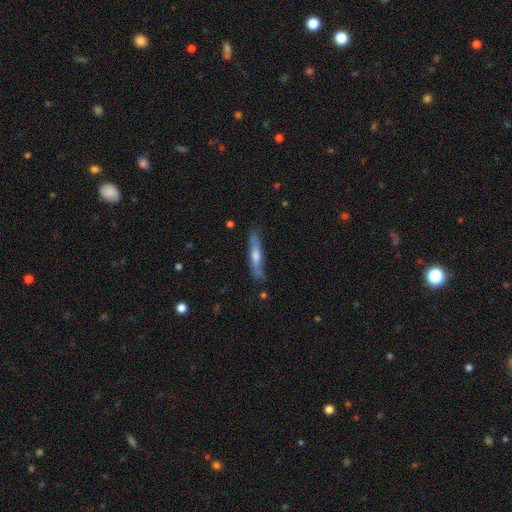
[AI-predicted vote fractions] Smooth or featured?
  - featured or disk: 54% *
  - smooth: 38%
  - star or artifact: 7%
Edge-on disk?
  - yes: 86% *
  - no: 14%
Merging?
  - none: 81% *
  - minor disturbance: 14%
  - major disturbance: 3%
  - merger: 2%